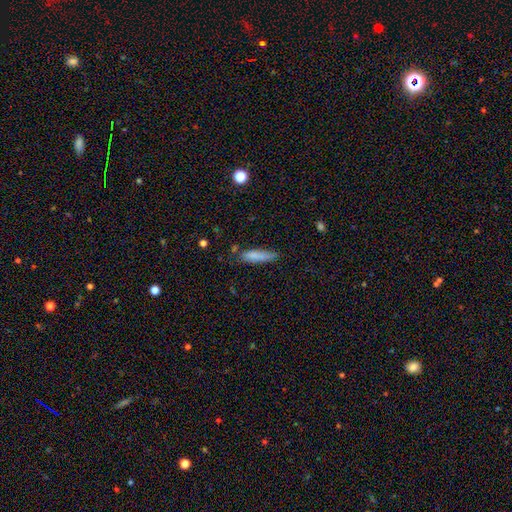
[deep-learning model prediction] Smooth or featured? Predicted: smooth (p=0.79). How rounded? Predicted: cigar-shaped (p=0.76). Merging? Predicted: none (p=0.66).